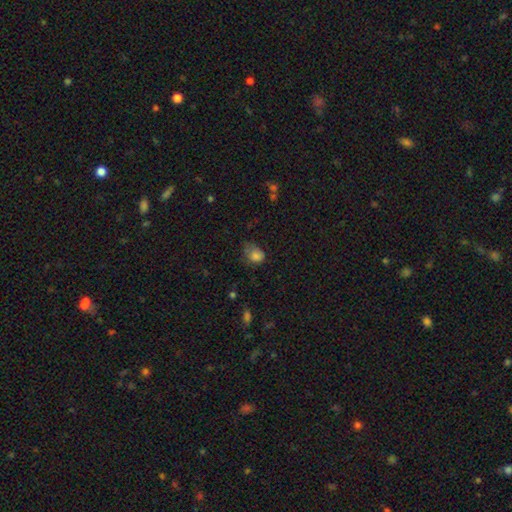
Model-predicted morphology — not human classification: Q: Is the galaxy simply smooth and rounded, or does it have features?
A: smooth — 78%.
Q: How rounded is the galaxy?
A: in between — 56%.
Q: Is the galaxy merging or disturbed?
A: minor disturbance — 37%.